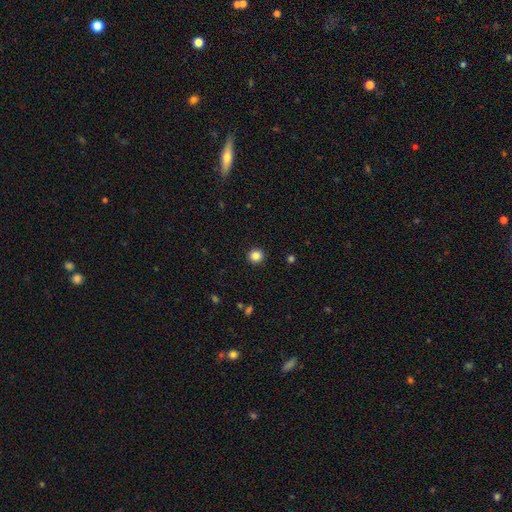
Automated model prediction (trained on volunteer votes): smooth_or_featured: smooth (p=0.85) [alt: star or artifact p=0.11]
how_rounded: round (p=0.92) [alt: in between p=0.07]
merging: none (p=0.92) [alt: minor disturbance p=0.05]